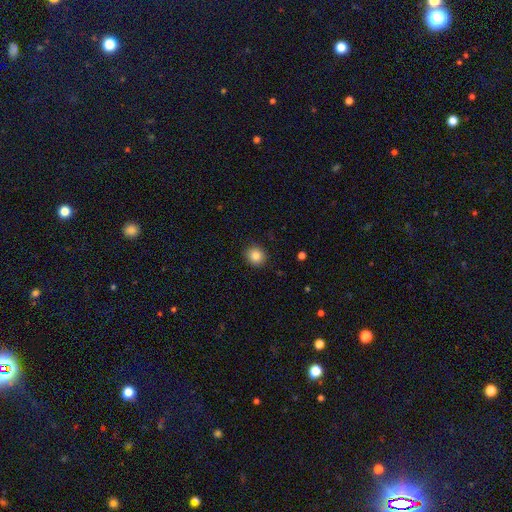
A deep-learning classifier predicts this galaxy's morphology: type=smooth (85%); roundness=round (83%); merging=none (90%).